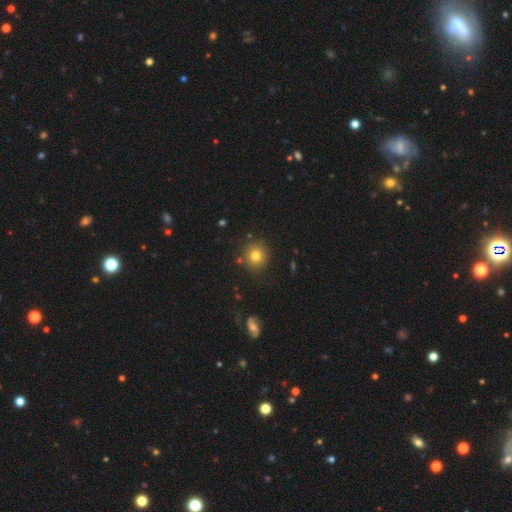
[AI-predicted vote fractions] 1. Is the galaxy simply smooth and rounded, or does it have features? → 78% smooth, 13% star or artifact, 10% featured or disk.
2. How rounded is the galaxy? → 90% round, 9% in between, 1% cigar-shaped.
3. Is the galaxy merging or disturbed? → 84% none, 10% minor disturbance, 4% merger, 3% major disturbance.